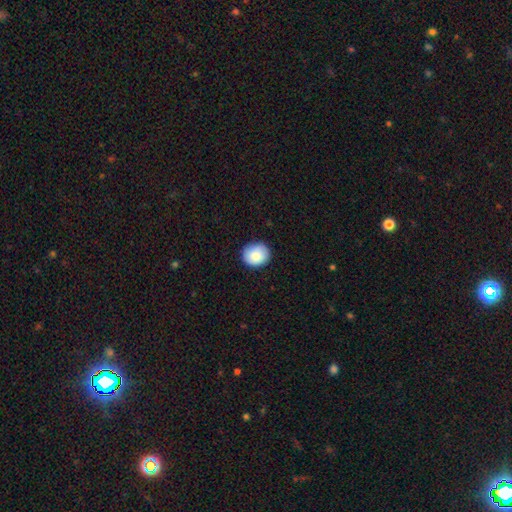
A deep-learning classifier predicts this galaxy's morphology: A smooth galaxy with no disk features (86%) that is round (72%). Merging: none (87%).